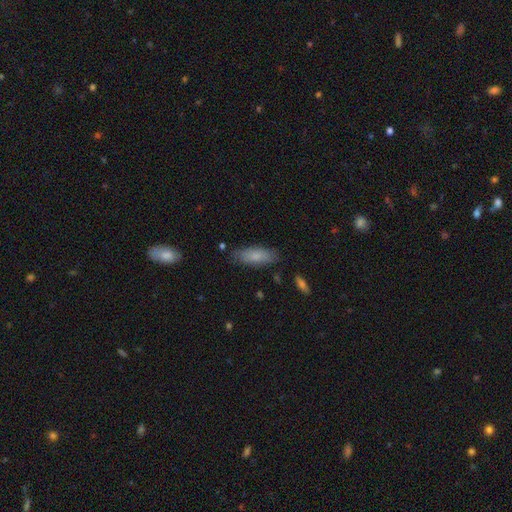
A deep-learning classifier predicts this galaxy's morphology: Smooth or featured? Predicted: smooth (p=0.79). How rounded? Predicted: in between (p=0.66). Merging? Predicted: none (p=0.79).